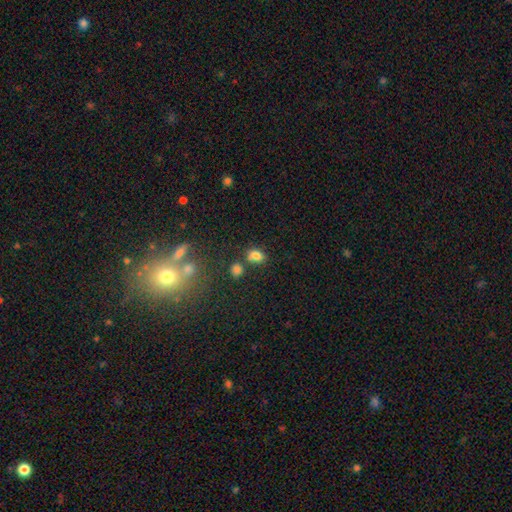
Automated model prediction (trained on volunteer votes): smooth-or-featured: smooth: 80% | star or artifact: 13% | featured or disk: 7%
  how-rounded: in between: 66% | round: 32% | cigar-shaped: 1%
  merging: none: 59% | merger: 22% | minor disturbance: 14% | major disturbance: 5%